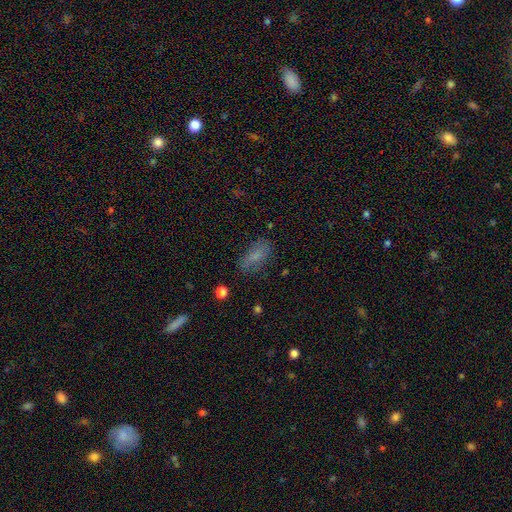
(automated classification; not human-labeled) Smooth or featured? smooth (74%)
How rounded? in between (84%)
Merging? none (75%)